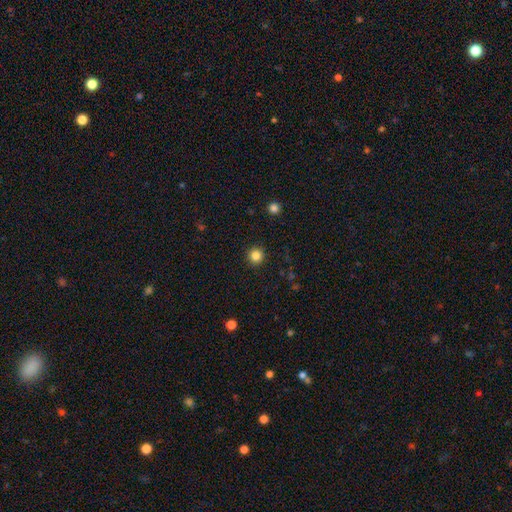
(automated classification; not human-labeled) Smooth or featured? Predicted: smooth (p=0.84). How rounded? Predicted: round (p=0.96). Merging? Predicted: none (p=0.93).